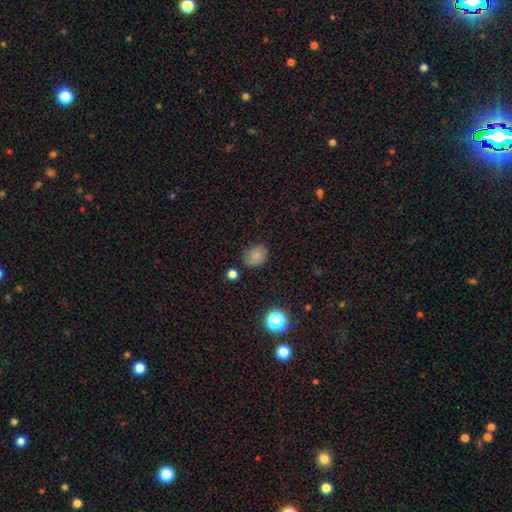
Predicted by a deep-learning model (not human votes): The model was most divided on "how rounded": round: 52%, in between: 47%, cigar-shaped: 1%. More confident: merging — none (77%); smooth or featured — smooth (77%).